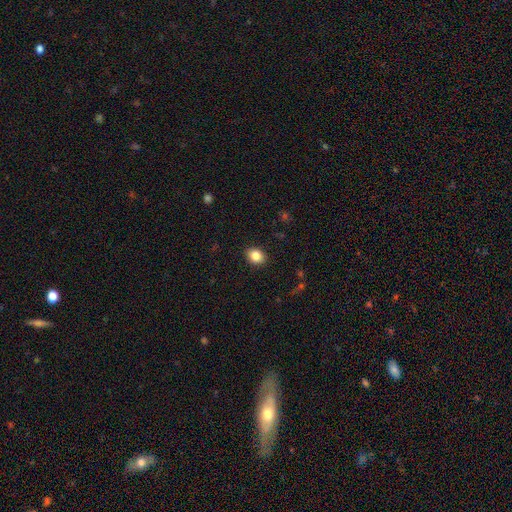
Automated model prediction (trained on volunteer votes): smooth-or-featured: smooth: 85% | star or artifact: 9% | featured or disk: 6%
  how-rounded: in between: 50% | round: 49% | cigar-shaped: 1%
  merging: none: 89% | minor disturbance: 8% | major disturbance: 2% | merger: 1%